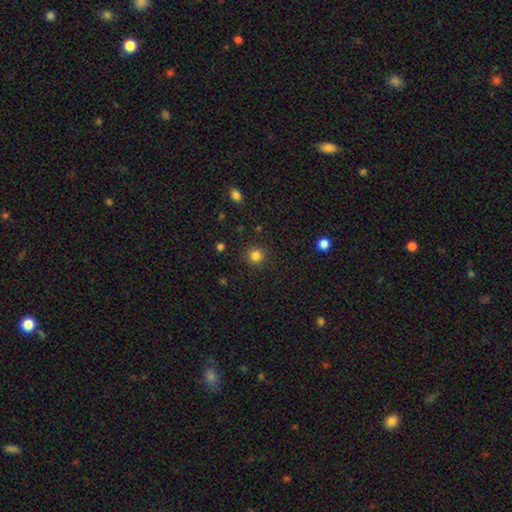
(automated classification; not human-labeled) This is clearly a smooth galaxy (83%). How rounded: clearly round (94%). Merging: clearly none (91%).